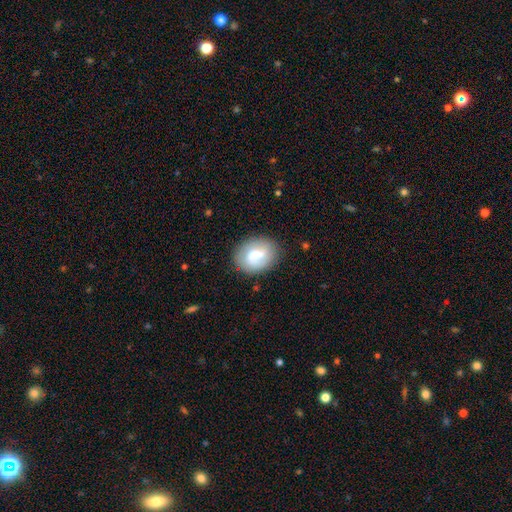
Smooth or featured? smooth (65%)
How rounded? in between (54%)
Merging? none (78%)